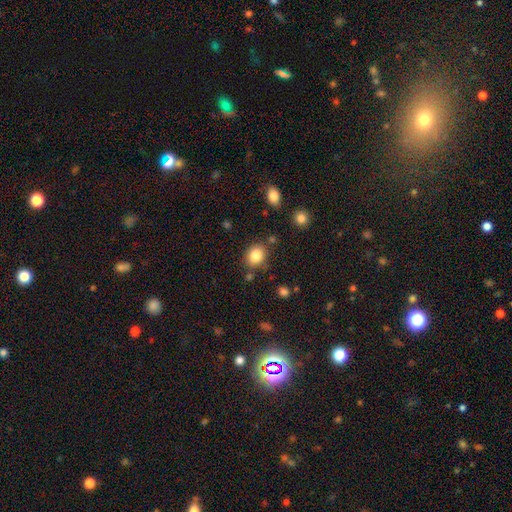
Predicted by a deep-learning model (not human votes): A smooth galaxy with no disk features (84%) that is in between round and cigar-shaped (51%).

Vote fractions:
- Smooth or featured? smooth: 84% / star or artifact: 10% / featured or disk: 6%
- How rounded? in between: 51% / round: 48% / cigar-shaped: 1%
- Merging? none: 78% / minor disturbance: 13% / merger: 6% / major disturbance: 4%